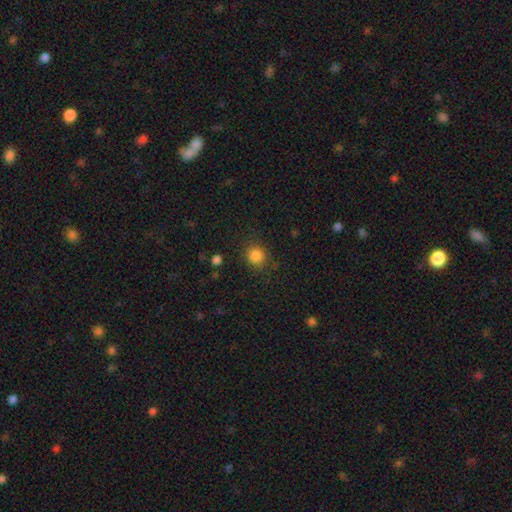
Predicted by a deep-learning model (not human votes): Overall: smooth (84%). How rounded: round (88%). Merging: none (85%).